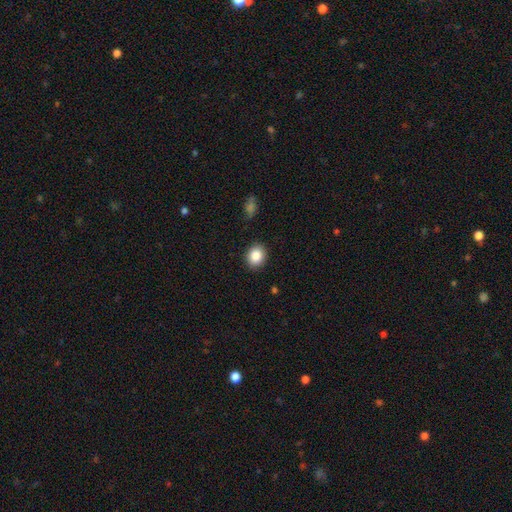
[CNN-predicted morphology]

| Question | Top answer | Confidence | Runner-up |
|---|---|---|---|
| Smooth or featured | smooth | 86% | star or artifact (9%) |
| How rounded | round | 59% | in between (40%) |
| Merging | none | 88% | minor disturbance (8%) |